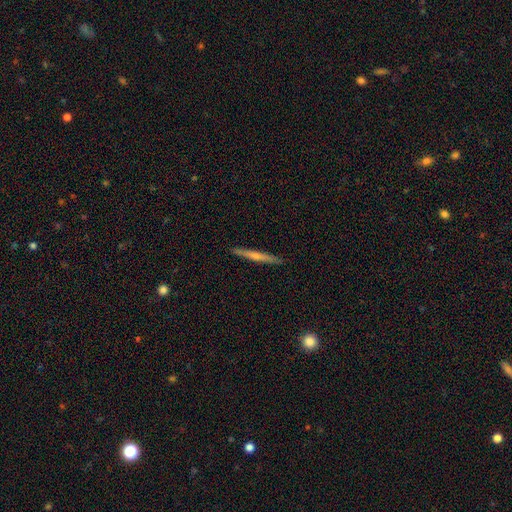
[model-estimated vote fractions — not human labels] A featured or disk galaxy (60%) viewed edge-on (96%) with a rounded central bulge (62%).

Vote fractions:
- Smooth or featured? featured or disk: 60% / smooth: 30% / star or artifact: 10%
- Edge-on disk? yes: 96% / no: 4%
- Edge-on bulge? rounded: 62% / none: 29% / boxy: 9%
- Merging? none: 90% / minor disturbance: 7% / major disturbance: 2% / merger: 1%